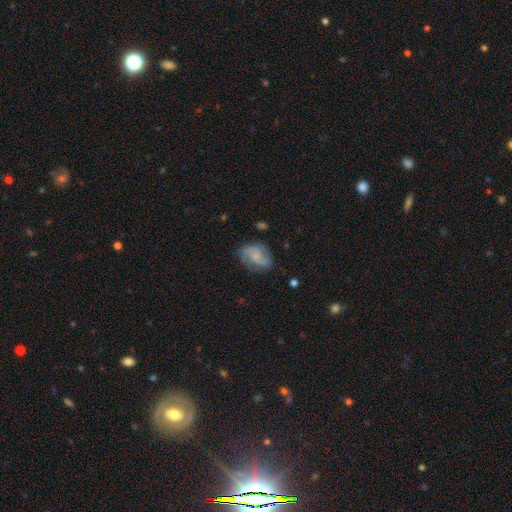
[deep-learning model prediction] This appears to be a featured or disk galaxy (65%) with no bar (60%), 2 (69%) medium (48%) spiral arms (91%) and a small central bulge (44%). Merging: none (70%).